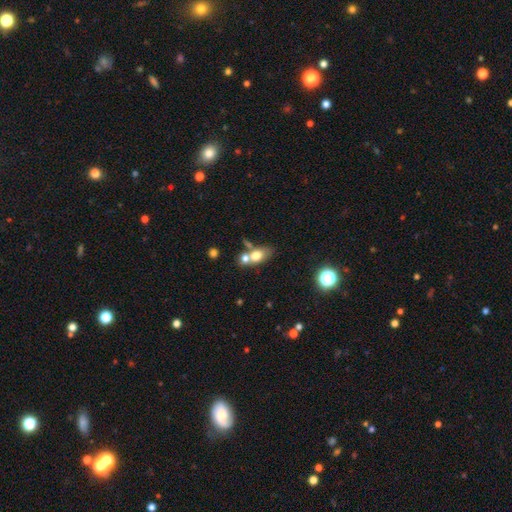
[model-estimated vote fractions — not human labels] smooth_or_featured: smooth (p=0.69) [alt: featured or disk p=0.21]
how_rounded: in between (p=0.72) [alt: round p=0.22]
merging: merger (p=0.47) [alt: none p=0.35]